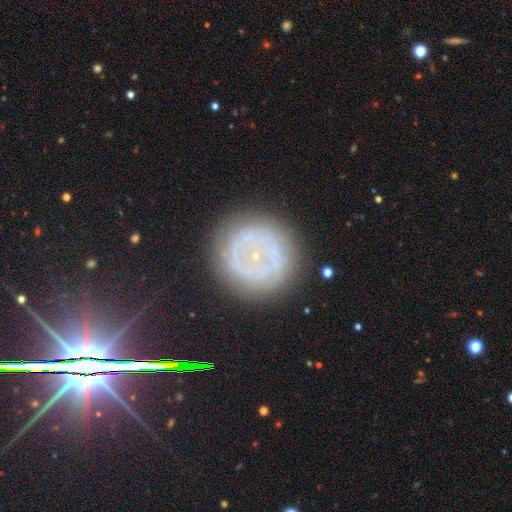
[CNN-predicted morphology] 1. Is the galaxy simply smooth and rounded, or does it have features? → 44% featured or disk, 38% smooth, 18% star or artifact.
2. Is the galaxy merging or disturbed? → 86% none, 9% minor disturbance, 4% major disturbance, 1% merger.